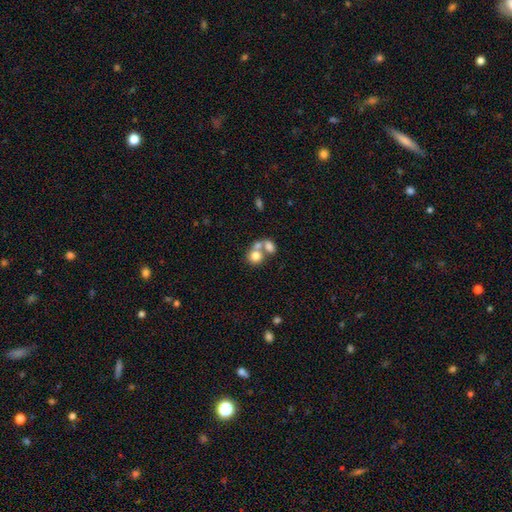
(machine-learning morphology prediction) A smooth galaxy with no disk features (73%) that is round (73%). Merging: merger (57%).